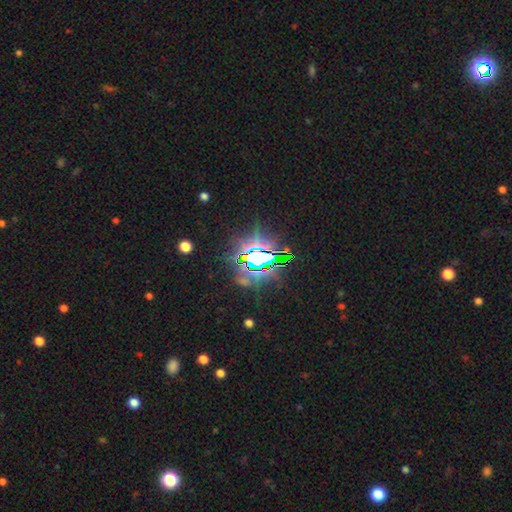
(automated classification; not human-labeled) smooth-or-featured: star or artifact: 80% | featured or disk: 10% | smooth: 10%